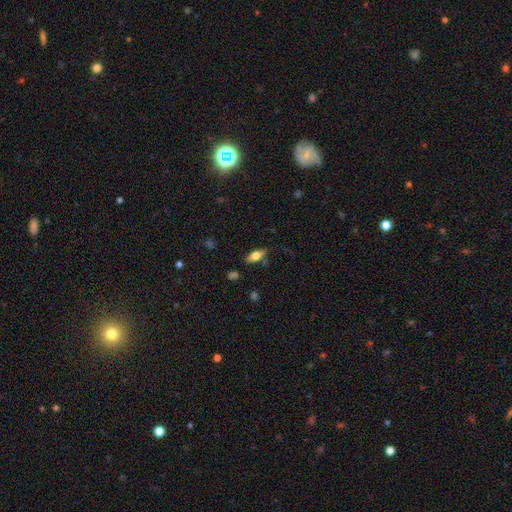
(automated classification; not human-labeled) Overall: smooth (57%; featured or disk 34%). How rounded: in between (77%). Merging: none (80%).